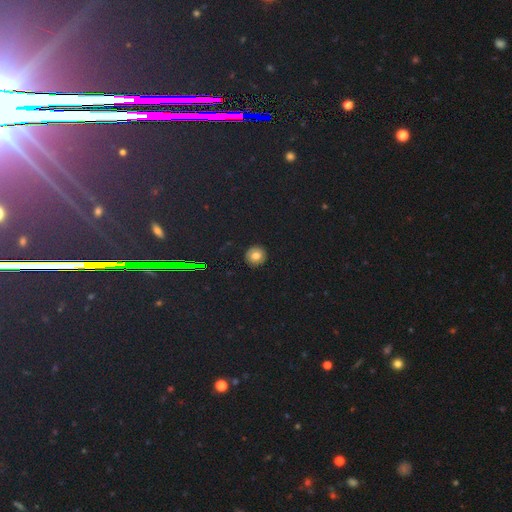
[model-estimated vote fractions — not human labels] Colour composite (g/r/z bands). It shows a smooth galaxy with no disk features (72%) that is round (90%). Merging: none (89%).